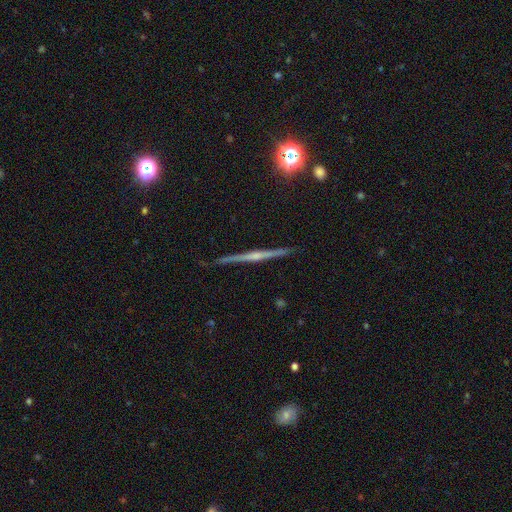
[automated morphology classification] Smooth or featured? Predicted: featured or disk (p=0.81). Edge-on disk? Predicted: yes (p=0.99). Edge-on bulge? Predicted: rounded (p=0.66). Merging? Predicted: none (p=0.91).